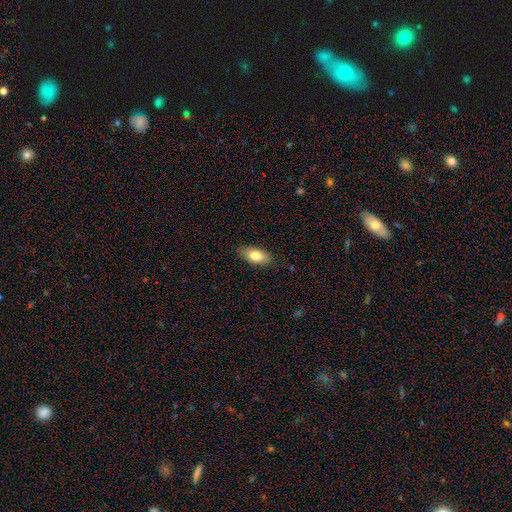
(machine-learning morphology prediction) Smooth or featured: smooth — 79% (featured or disk — 14%)
How rounded: in between — 90% (cigar-shaped — 7%)
Merging: none — 85% (minor disturbance — 12%)